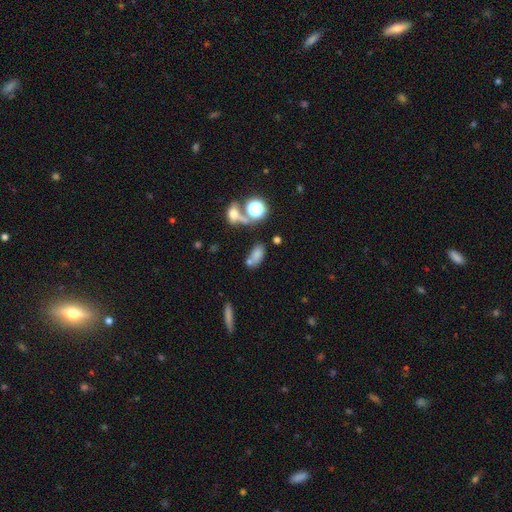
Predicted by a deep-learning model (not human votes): Smooth or featured? smooth (71%)
How rounded? in between (83%)
Merging? none (52%)